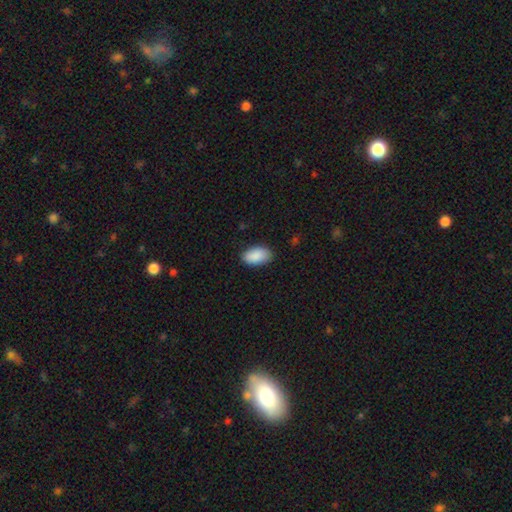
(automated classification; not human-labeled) smooth_or_featured: smooth (p=0.90) [alt: star or artifact p=0.06]
how_rounded: in between (p=0.95) [alt: round p=0.04]
merging: none (p=0.85) [alt: minor disturbance p=0.12]